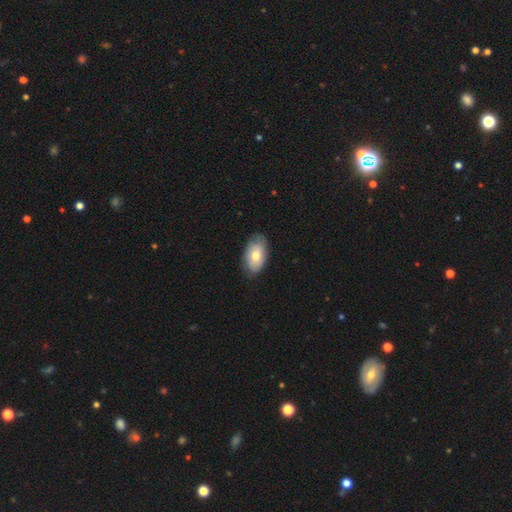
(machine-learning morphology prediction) The model was most divided on "smooth or featured": smooth: 69%, featured or disk: 24%, star or artifact: 6%. More confident: how rounded — in between (93%); merging — none (77%).